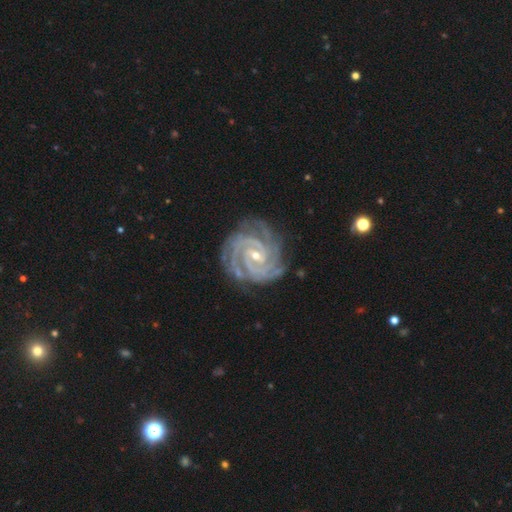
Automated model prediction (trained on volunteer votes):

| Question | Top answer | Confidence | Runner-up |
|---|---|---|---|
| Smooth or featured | featured or disk | 94% | star or artifact (4%) |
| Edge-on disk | no | 98% | yes (2%) |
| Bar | weak | 42% | no (35%) |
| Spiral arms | yes | 99% | no (1%) |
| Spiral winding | tight | 83% | medium (16%) |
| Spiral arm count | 3 | 30% | 4 (26%) |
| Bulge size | small | 65% | moderate (33%) |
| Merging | none | 78% | minor disturbance (16%) |